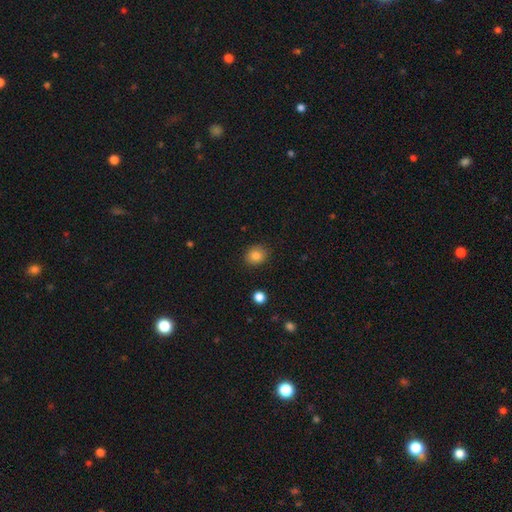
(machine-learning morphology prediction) Smooth or featured: smooth — 85% (star or artifact — 10%)
How rounded: round — 70% (in between — 29%)
Merging: none — 87% (minor disturbance — 9%)